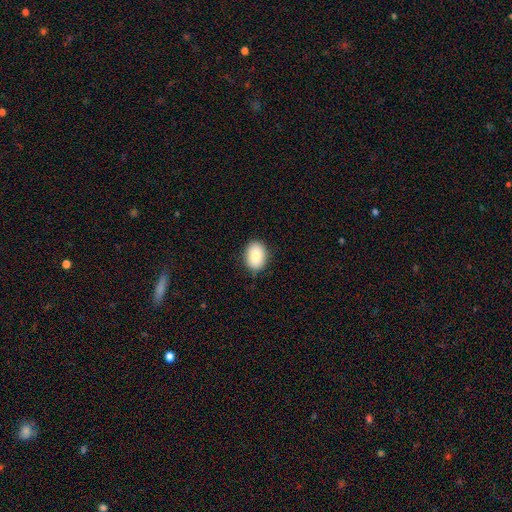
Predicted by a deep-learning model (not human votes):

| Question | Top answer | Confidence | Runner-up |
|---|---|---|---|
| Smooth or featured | smooth | 85% | featured or disk (8%) |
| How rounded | in between | 77% | round (22%) |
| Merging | none | 86% | minor disturbance (11%) |